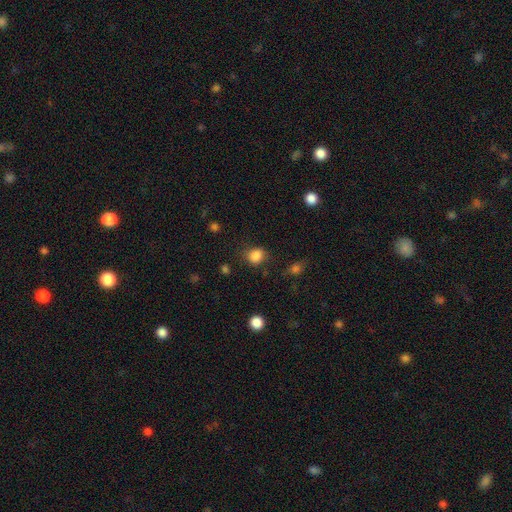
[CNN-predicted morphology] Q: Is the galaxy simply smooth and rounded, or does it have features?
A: smooth — 85%.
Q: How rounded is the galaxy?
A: round — 58%.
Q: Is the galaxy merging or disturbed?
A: none — 71%.